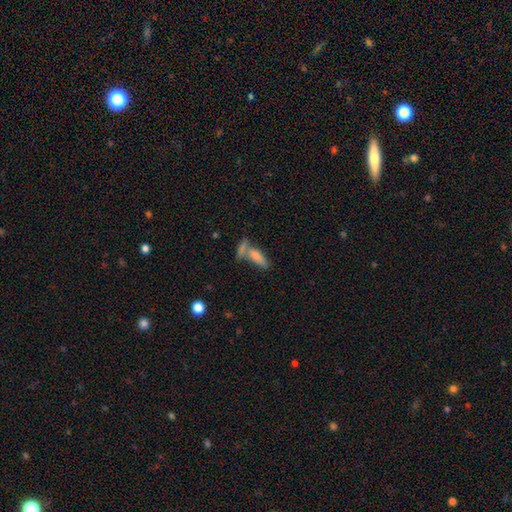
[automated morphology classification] smooth 73%, featured or disk 19%, star or artifact 8%. Down the decision tree: how rounded — in between (56%); merging — merger (42%, tied with none).